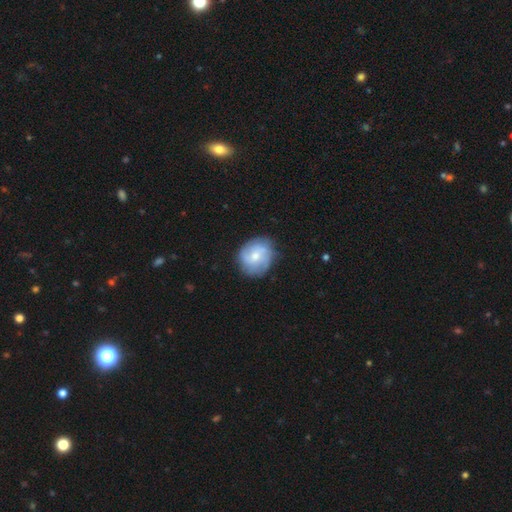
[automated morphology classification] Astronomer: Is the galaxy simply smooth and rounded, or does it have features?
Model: featured or disk — 51% (runner-up: smooth, 42%).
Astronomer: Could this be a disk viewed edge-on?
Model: no — 97%.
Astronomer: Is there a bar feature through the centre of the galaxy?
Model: no — 61%.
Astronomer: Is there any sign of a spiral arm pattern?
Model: yes — 81%.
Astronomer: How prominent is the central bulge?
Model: moderate — 49% (runner-up: small, 44%).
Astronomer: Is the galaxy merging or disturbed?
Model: none — 74%.